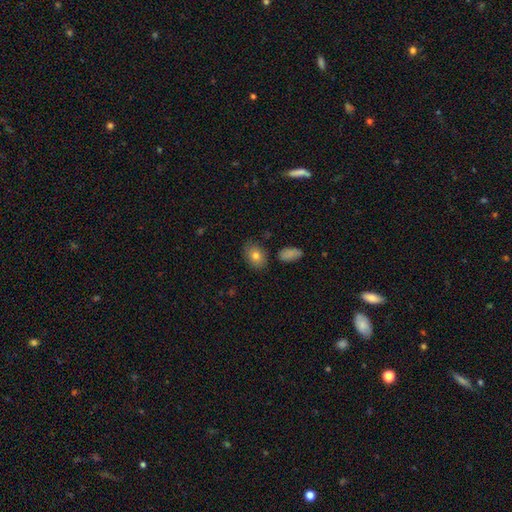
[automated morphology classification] A smooth galaxy with no disk features (79%) that is in between round and cigar-shaped (76%). Merging: none (79%).